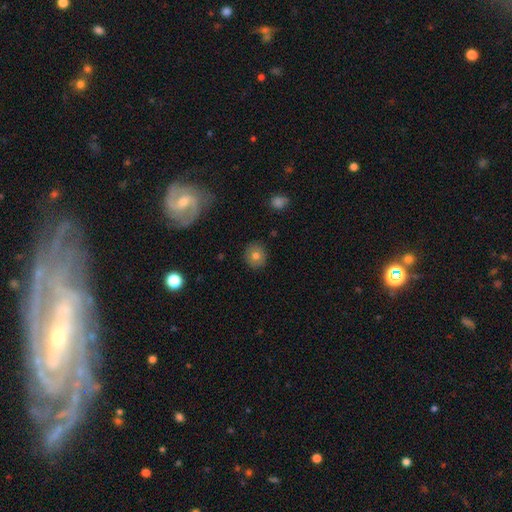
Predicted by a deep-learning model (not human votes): This appears to be a smooth galaxy with no disk features (78%) that is round (84%). Merging: none (89%).